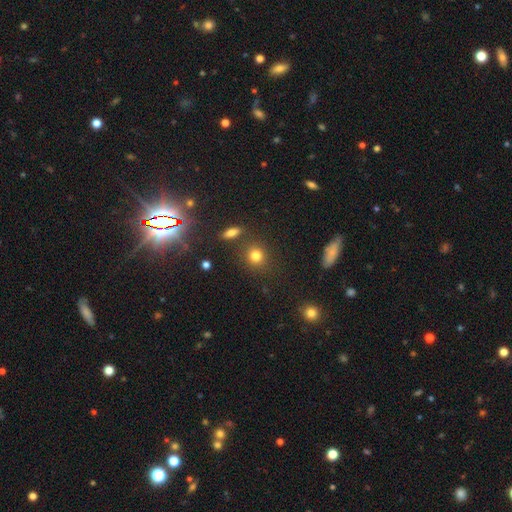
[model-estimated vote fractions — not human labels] Smooth or featured? Predicted: smooth (p=0.78). How rounded? Predicted: round (p=0.84). Merging? Predicted: none (p=0.81).